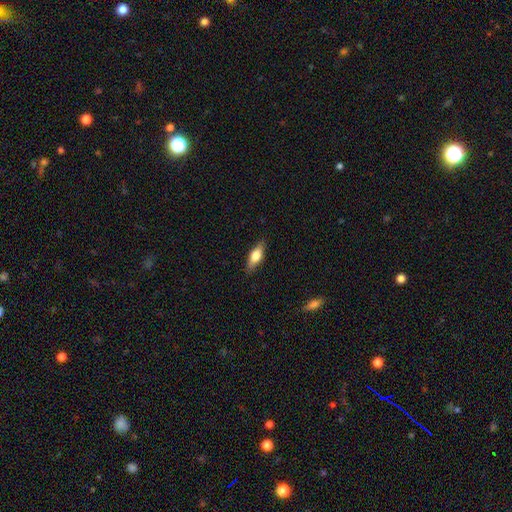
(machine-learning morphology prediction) Smooth or featured: smooth — 62% (featured or disk — 31%)
How rounded: in between — 61% (cigar-shaped — 36%)
Merging: none — 86% (minor disturbance — 10%)